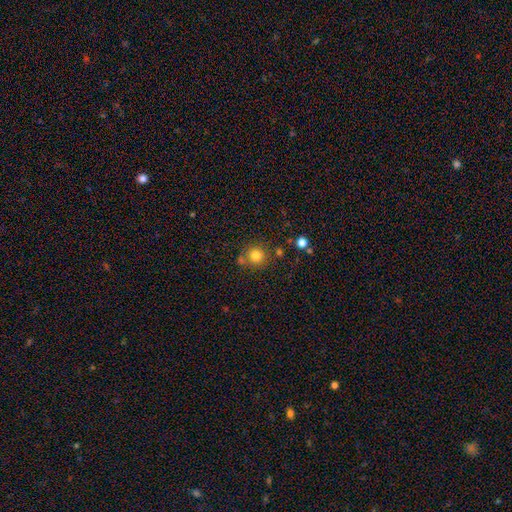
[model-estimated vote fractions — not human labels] Smooth or featured? smooth (80%)
How rounded? round (93%)
Merging? none (73%)